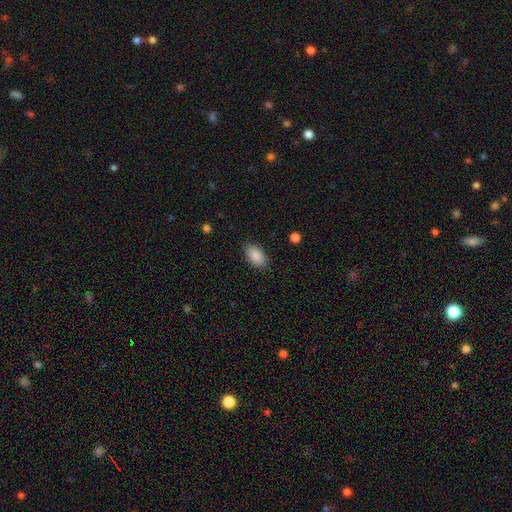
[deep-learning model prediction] Overall: smooth (89%). How rounded: in between (93%). Merging: none (86%).